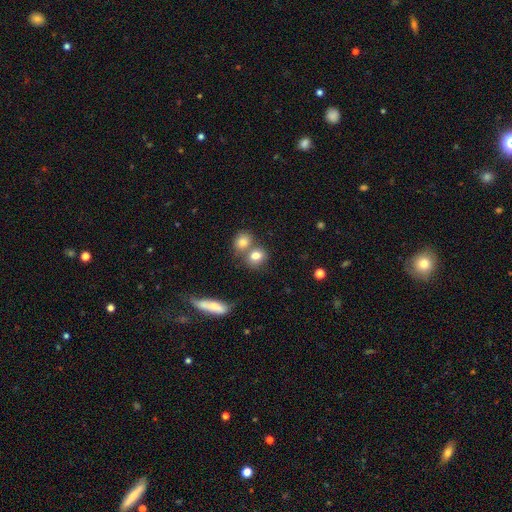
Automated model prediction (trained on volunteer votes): A smooth galaxy with no disk features (79%) that is round (62%).

Vote fractions:
- Smooth or featured? smooth: 79% / featured or disk: 11% / star or artifact: 11%
- How rounded? round: 62% / in between: 36% / cigar-shaped: 2%
- Merging? none: 47% / merger: 40% / minor disturbance: 10% / major disturbance: 4%